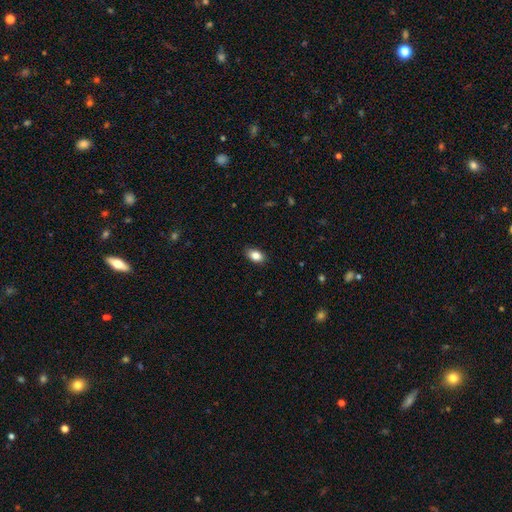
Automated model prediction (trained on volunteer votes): Smooth or featured? Predicted: smooth (p=0.85). How rounded? Predicted: in between (p=0.88). Merging? Predicted: none (p=0.87).